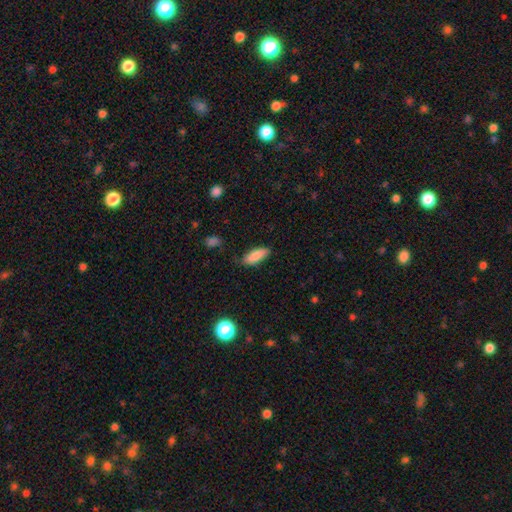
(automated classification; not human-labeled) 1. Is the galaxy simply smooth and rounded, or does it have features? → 84% smooth, 9% featured or disk, 7% star or artifact.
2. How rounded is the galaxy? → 74% in between, 24% cigar-shaped, 2% round.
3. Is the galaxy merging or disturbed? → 80% none, 15% minor disturbance, 3% major disturbance, 2% merger.